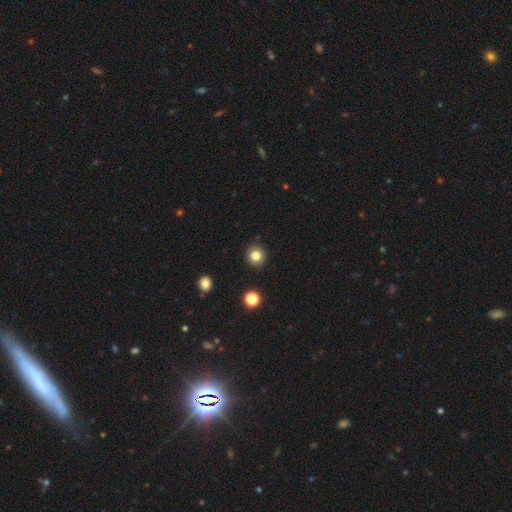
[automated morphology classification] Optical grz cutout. It shows a smooth galaxy with no disk features (82%) that is round (89%). Merging: none (91%).